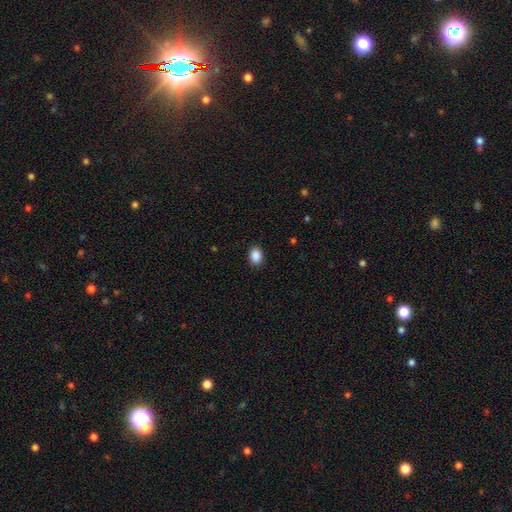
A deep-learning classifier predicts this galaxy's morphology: Smooth or featured? smooth (90%)
How rounded? in between (72%)
Merging? none (89%)